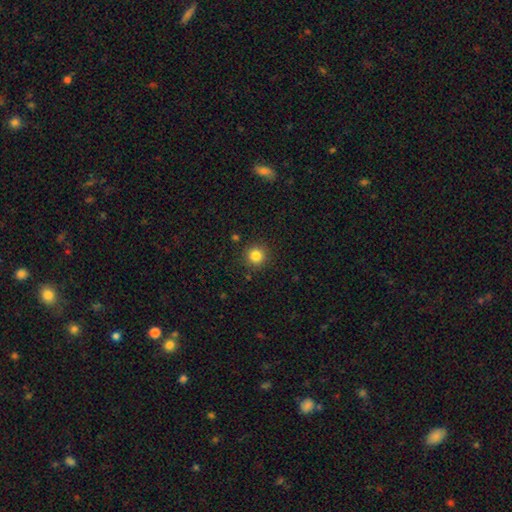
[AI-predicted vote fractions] Overall: smooth (83%). How rounded: round (94%). Merging: none (90%).